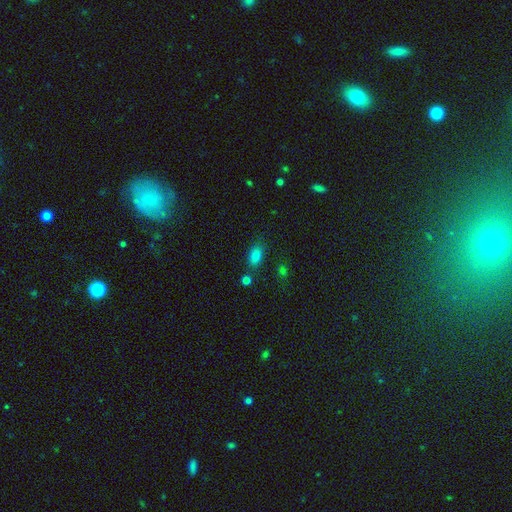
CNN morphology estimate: smooth 83%, star or artifact 11%, featured or disk 6%. Down the decision tree: how rounded — in between (87%); merging — none (77%).